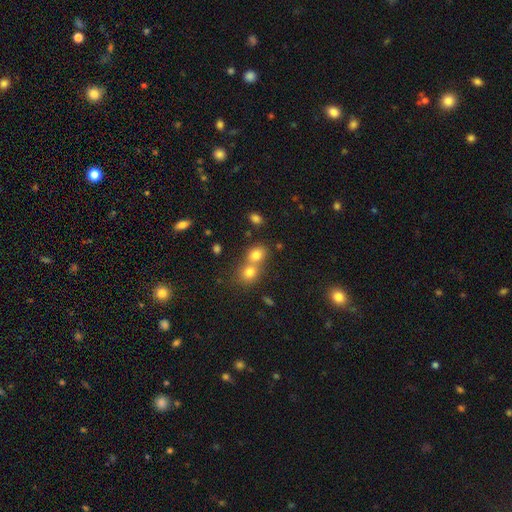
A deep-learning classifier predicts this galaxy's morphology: This appears to be a smooth galaxy with no disk features (76%) that is round (63%). Merging: merger (54%).